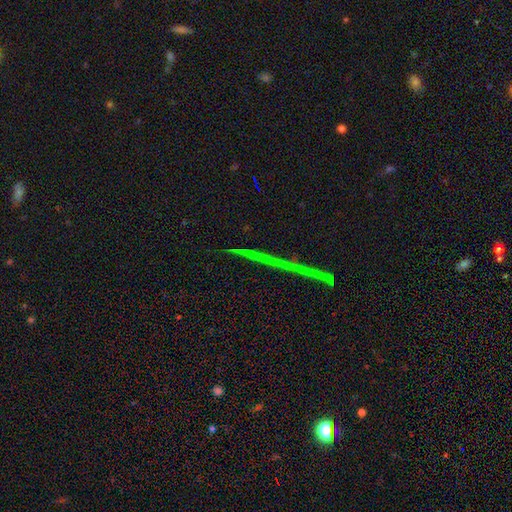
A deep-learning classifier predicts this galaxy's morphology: A star or artifact, not a galaxy (72%).

Vote fractions:
- Smooth or featured? star or artifact: 72% / featured or disk: 18% / smooth: 10%